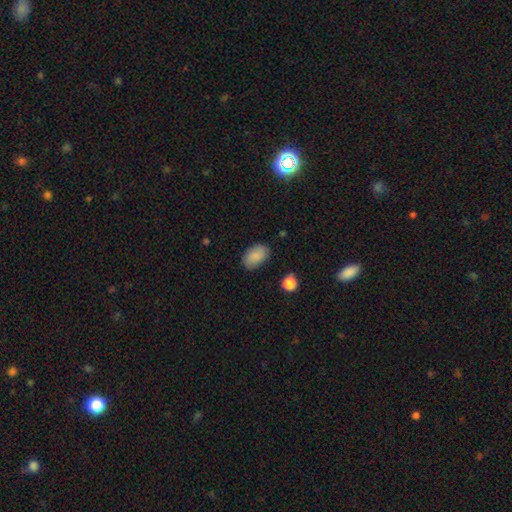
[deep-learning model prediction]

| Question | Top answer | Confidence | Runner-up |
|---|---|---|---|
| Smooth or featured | smooth | 88% | star or artifact (7%) |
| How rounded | in between | 91% | round (8%) |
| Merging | none | 84% | minor disturbance (12%) |